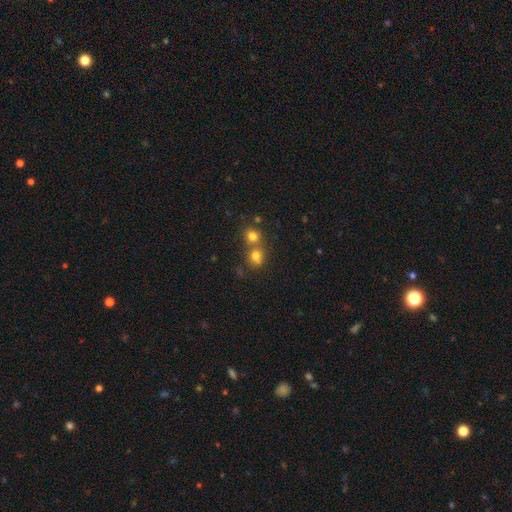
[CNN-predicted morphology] Overall: smooth (74%). How rounded: round (78%). Merging: merger (47%; none 43%).